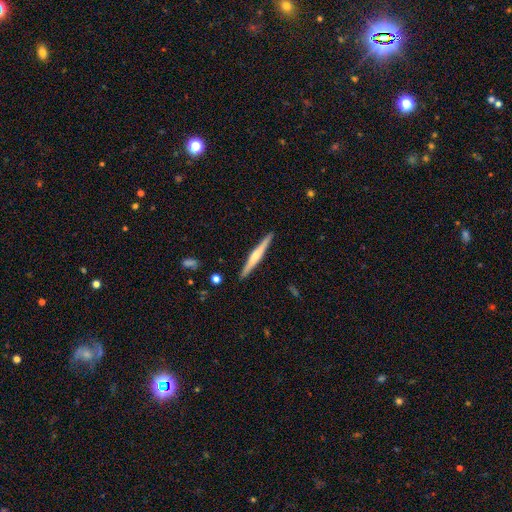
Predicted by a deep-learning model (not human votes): This is possibly a featured or disk galaxy (59%). It is clearly viewed edge-on (98%). Edge-on bulge: likely rounded (61%). Merging: clearly none (91%).